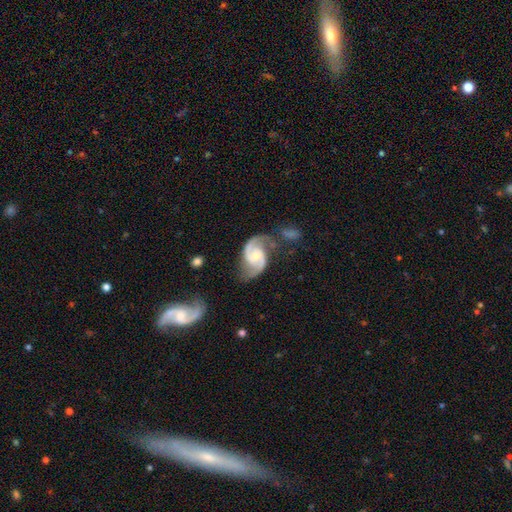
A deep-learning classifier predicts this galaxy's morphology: A featured or disk galaxy (91%) with no bar (52%), 2 (93%) medium (56%) spiral arms (98%) and a small central bulge (51%).

Vote fractions:
- Smooth or featured? featured or disk: 91% / smooth: 4% / star or artifact: 4%
- Edge-on disk? no: 98% / yes: 2%
- Bar? no: 52% / weak: 38% / strong: 10%
- Spiral arms? yes: 98% / no: 2%
- Spiral winding? medium: 56% / loose: 26% / tight: 17%
- Spiral arm count? 2: 93% / can't tell: 2% / 1: 1% / 3: 1% / 4: 1% / more than 4: 1%
- Bulge size? small: 51% / moderate: 43% / none: 3% / large: 2% / dominant: 1%
- Merging? none: 60% / minor disturbance: 21% / major disturbance: 11% / merger: 8%